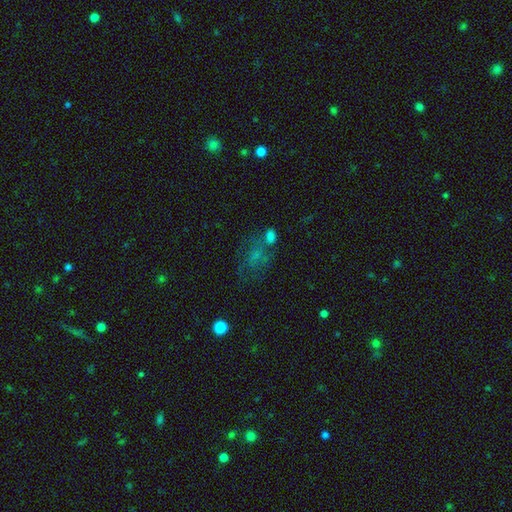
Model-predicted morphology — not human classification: This appears to be a smooth galaxy with no disk features (43%). Merging: none (39%).